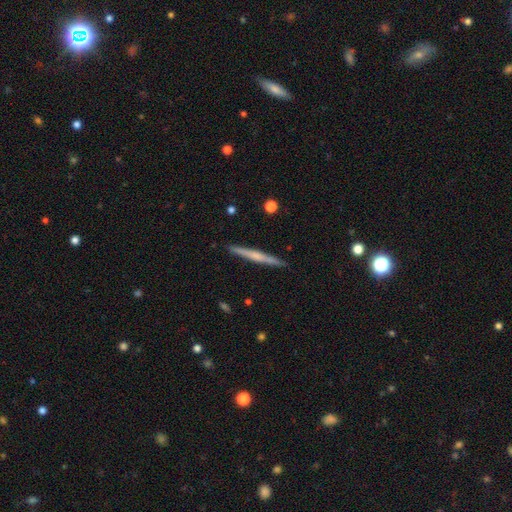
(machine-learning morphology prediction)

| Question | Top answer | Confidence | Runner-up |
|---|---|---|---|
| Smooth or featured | featured or disk | 55% | smooth (39%) |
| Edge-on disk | yes | 98% | no (2%) |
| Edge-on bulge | none | 52% | rounded (39%) |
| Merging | none | 91% | minor disturbance (6%) |